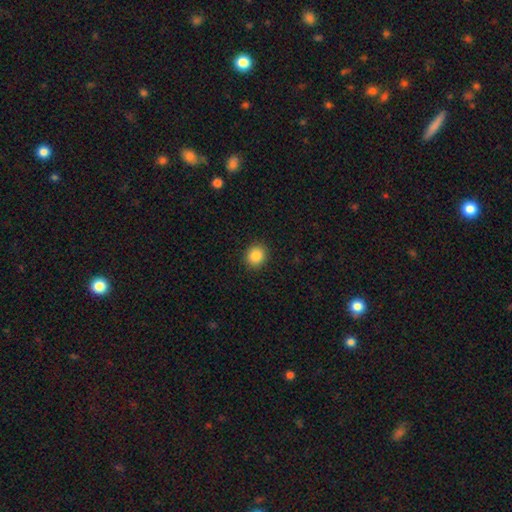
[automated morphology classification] This is clearly a smooth galaxy (86%). How rounded: clearly round (82%). Merging: clearly none (91%).